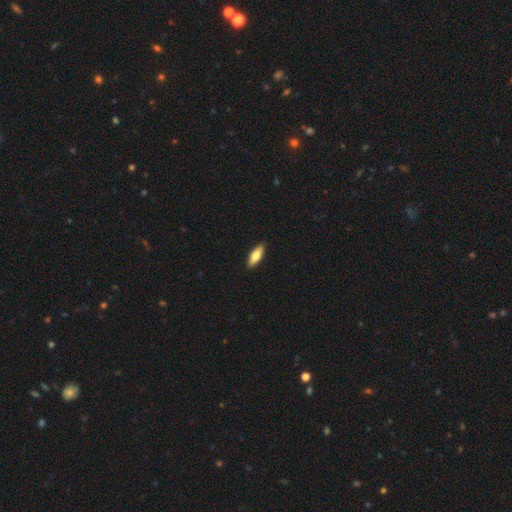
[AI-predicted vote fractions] This is likely a smooth galaxy (68%). How rounded: possibly in between (57%). Merging: clearly none (90%).